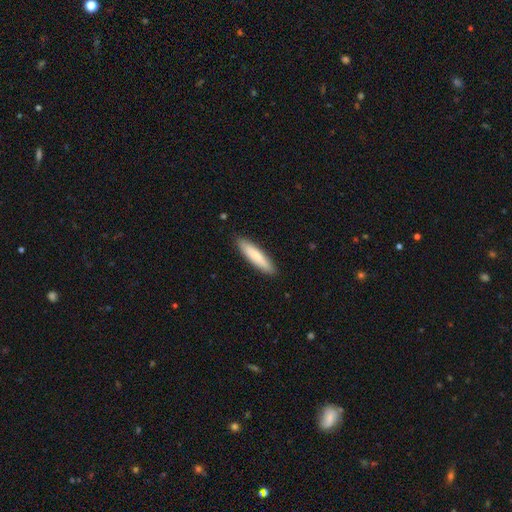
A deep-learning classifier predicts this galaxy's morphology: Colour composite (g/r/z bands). It shows a smooth galaxy with no disk features (81%) that is cigar-shaped (80%). Merging: none (90%).